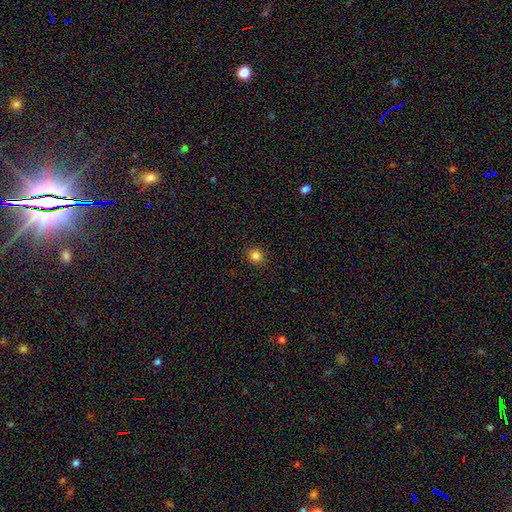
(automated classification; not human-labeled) smooth-or-featured: smooth: 83% | star or artifact: 12% | featured or disk: 4%
  how-rounded: round: 88% | in between: 11% | cigar-shaped: 1%
  merging: none: 92% | minor disturbance: 5% | major disturbance: 2% | merger: 1%